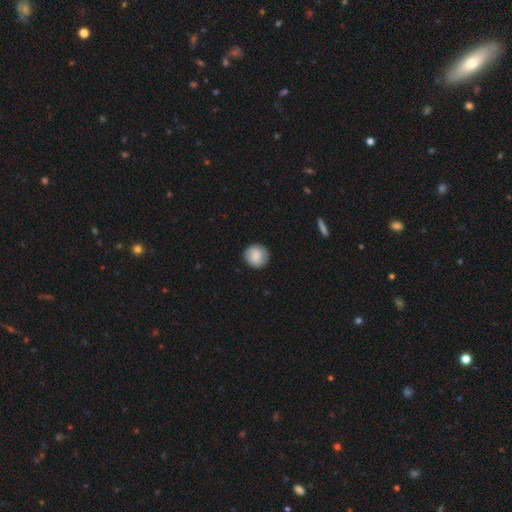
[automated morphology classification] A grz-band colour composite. It shows a smooth galaxy with no disk features (85%) that is round (93%). Merging: none (90%).